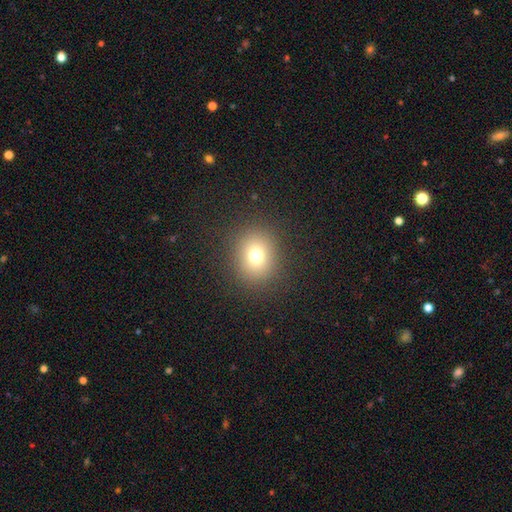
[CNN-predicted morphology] smooth 74%, star or artifact 17%, featured or disk 10%. Down the decision tree: how rounded — round (73%); merging — none (88%).